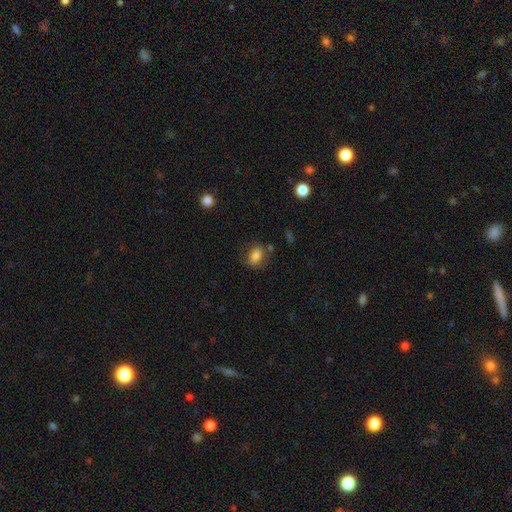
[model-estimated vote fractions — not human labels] smooth 81%, featured or disk 10%, star or artifact 9%. Down the decision tree: how rounded — in between (68%); merging — none (73%).